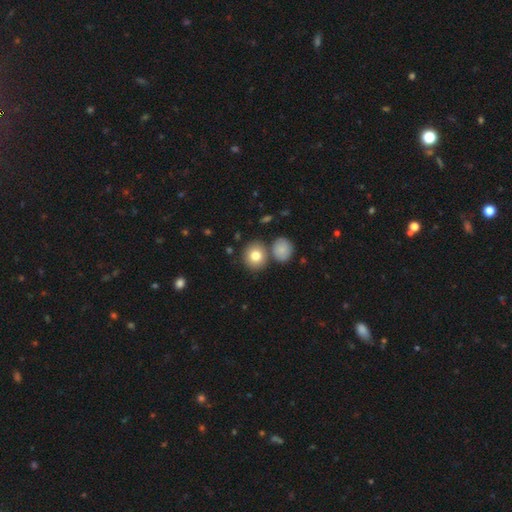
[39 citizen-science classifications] smooth-or-featured: smooth: 85% | star or artifact: 10% | featured or disk: 5%
  how-rounded: round: 73% | in between: 24% | cigar-shaped: 3%
  merging: none: 66% | merger: 26% | minor disturbance: 6% | major disturbance: 3%